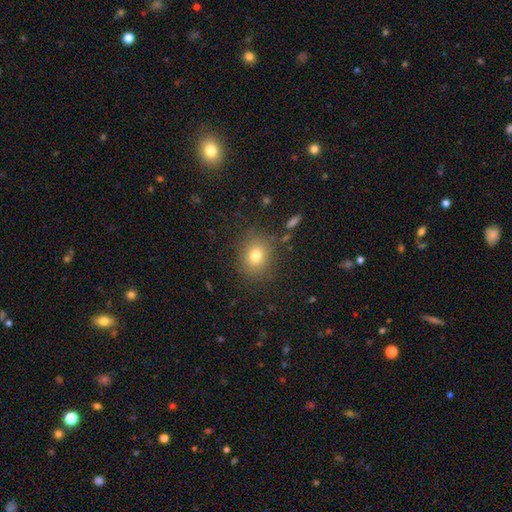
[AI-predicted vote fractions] The model was most divided on "how rounded": round: 67%, in between: 32%, cigar-shaped: 1%. More confident: merging — none (85%); smooth or featured — smooth (77%).